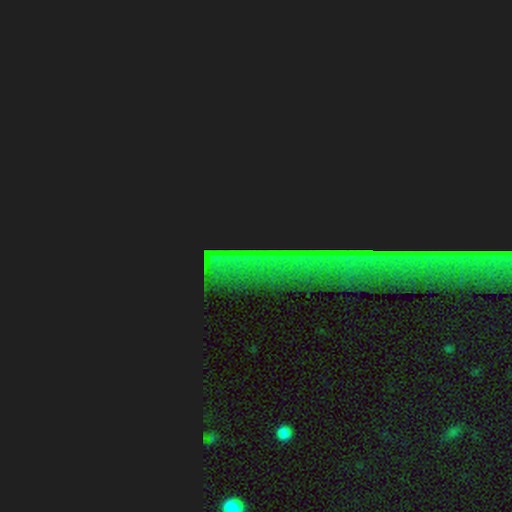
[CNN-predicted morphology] type=star or artifact (85%).